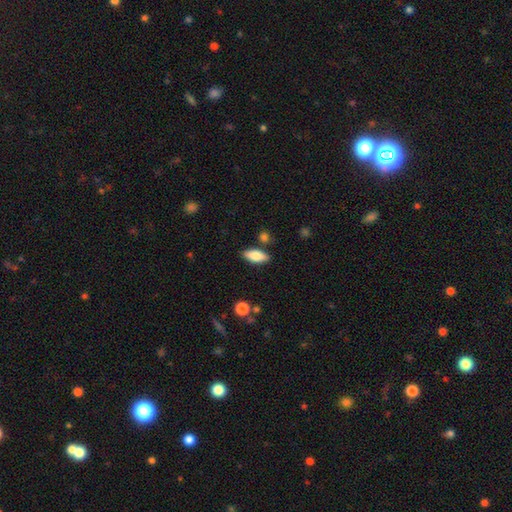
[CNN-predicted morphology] Overall: smooth (78%). How rounded: in between (80%). Merging: none (82%).